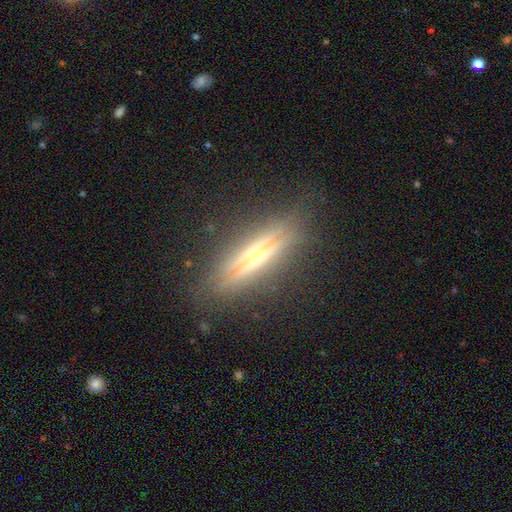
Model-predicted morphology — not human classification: type=featured or disk (75%); edge-on=yes (94%); edge-on bulge=rounded (79%); merging=none (84%).